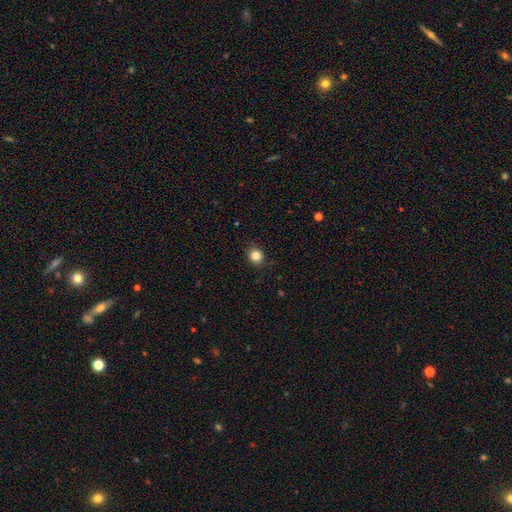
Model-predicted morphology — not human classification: type=smooth (84%); roundness=round (80%); merging=none (86%).